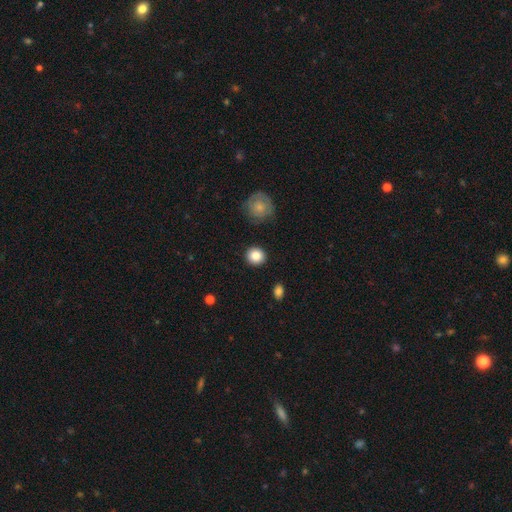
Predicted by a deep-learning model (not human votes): Smooth or featured? smooth (86%)
How rounded? round (90%)
Merging? none (90%)